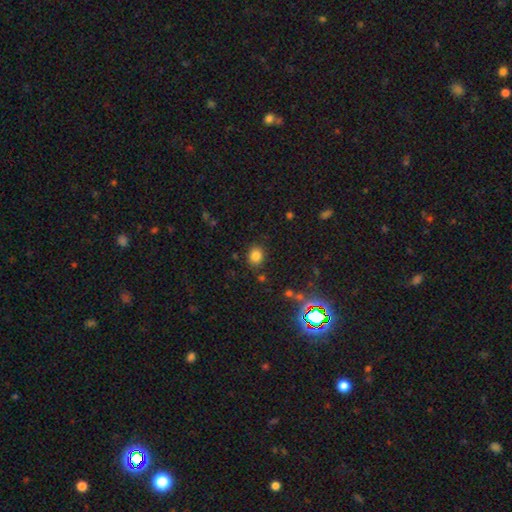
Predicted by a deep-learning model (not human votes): A smooth galaxy with no disk features (82%) that is round (67%). Merging: none (84%).